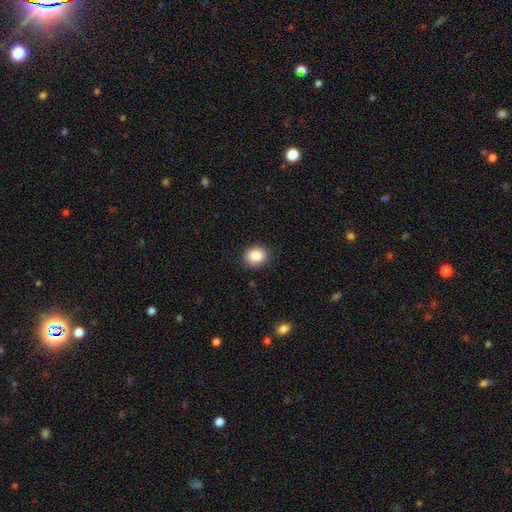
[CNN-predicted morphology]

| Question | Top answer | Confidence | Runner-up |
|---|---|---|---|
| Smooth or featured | smooth | 86% | star or artifact (9%) |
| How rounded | round | 57% | in between (43%) |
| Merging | none | 86% | minor disturbance (10%) |